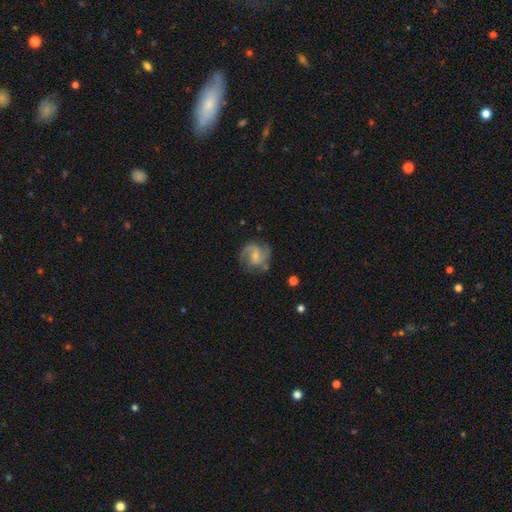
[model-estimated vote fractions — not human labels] smooth-or-featured: featured or disk: 80% | smooth: 14% | star or artifact: 6%
  disk-edge-on: no: 98% | yes: 2%
    bar: weak: 51% | no: 37% | strong: 13%
    has-spiral-arms: yes: 96% | no: 4%
      spiral-winding: medium: 53% | tight: 26% | loose: 22%
      spiral-arm-count: 2: 67% | 3: 15% | can't tell: 9% | 1: 4% | 4: 2% | more than 4: 2%
    bulge-size: small: 47% | moderate: 28% | none: 20% | large: 4% | dominant: 1%
  merging: none: 72% | minor disturbance: 17% | major disturbance: 9% | merger: 2%